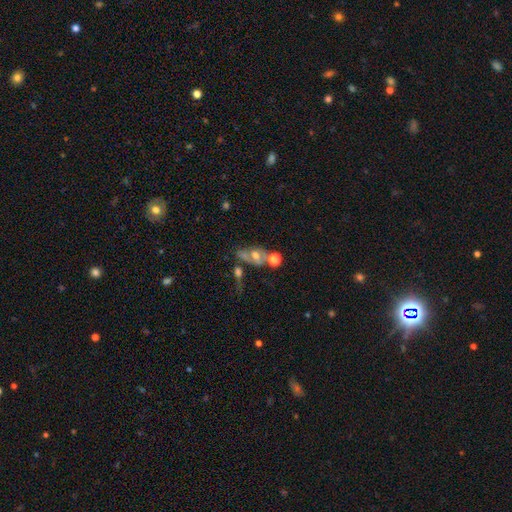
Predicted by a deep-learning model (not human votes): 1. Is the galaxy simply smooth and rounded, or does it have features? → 44% featured or disk, 40% smooth, 16% star or artifact.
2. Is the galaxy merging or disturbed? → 36% none, 34% merger, 16% minor disturbance, 14% major disturbance.